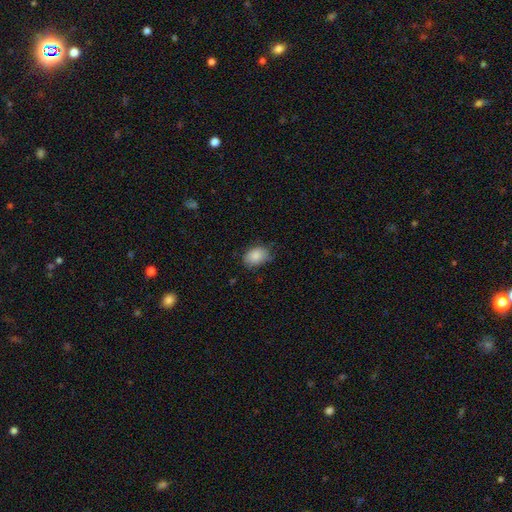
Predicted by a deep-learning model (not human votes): This appears to be a smooth galaxy with no disk features (86%) that is in between round and cigar-shaped (78%). Merging: none (67%).